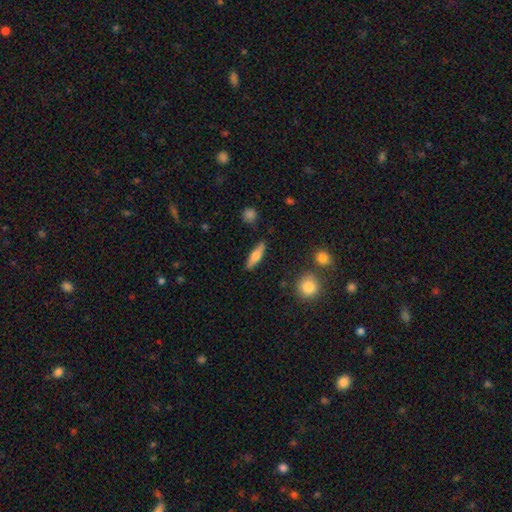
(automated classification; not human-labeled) This appears to be a smooth galaxy with no disk features (62%) that is cigar-shaped (63%). Merging: none (86%).